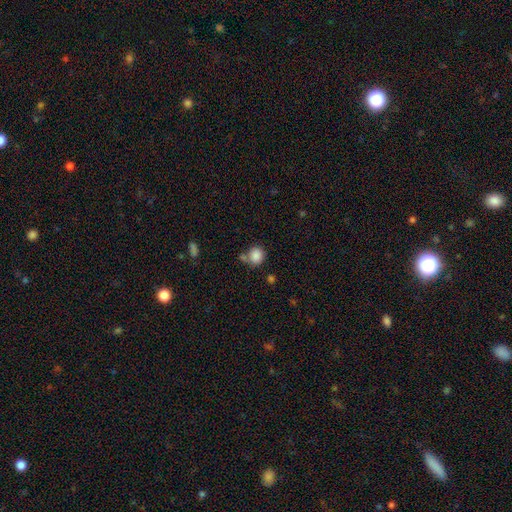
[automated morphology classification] smooth 87%, star or artifact 9%, featured or disk 4%. Down the decision tree: how rounded — round (80%); merging — none (63%).